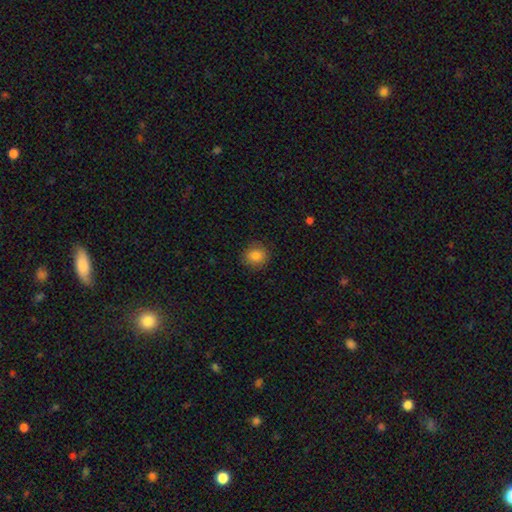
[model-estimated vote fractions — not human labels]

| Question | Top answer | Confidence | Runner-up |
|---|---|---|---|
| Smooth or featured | smooth | 83% | star or artifact (10%) |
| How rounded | round | 84% | in between (15%) |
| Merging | none | 87% | minor disturbance (9%) |